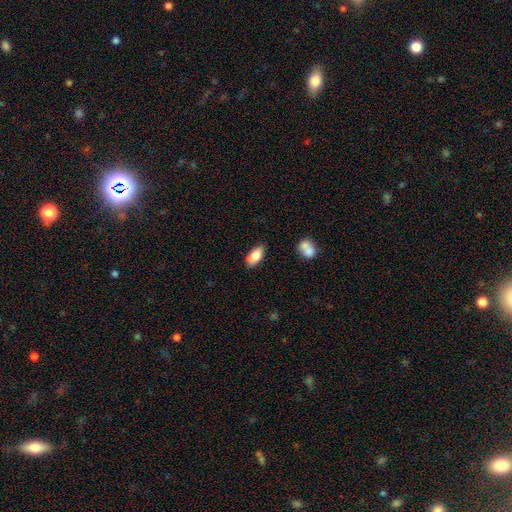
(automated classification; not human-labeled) Q: Smooth or featured?
A: smooth (81%); runner-up: featured or disk (13%)
Q: How rounded?
A: in between (90%); runner-up: cigar-shaped (6%)
Q: Merging?
A: none (79%); runner-up: minor disturbance (16%)